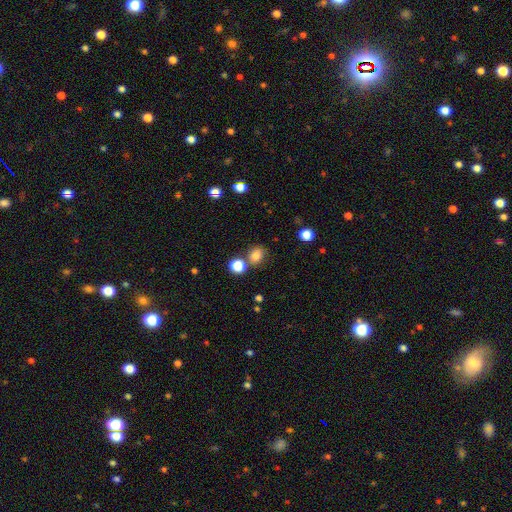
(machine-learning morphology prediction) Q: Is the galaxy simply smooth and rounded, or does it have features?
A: smooth — 80%.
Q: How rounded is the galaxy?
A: round — 55%.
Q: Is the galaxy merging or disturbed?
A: none — 70%.